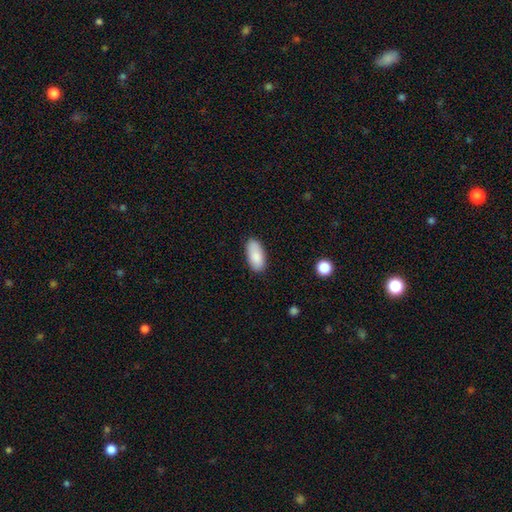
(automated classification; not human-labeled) smooth-or-featured: smooth: 87% | star or artifact: 7% | featured or disk: 6%
  how-rounded: in between: 92% | cigar-shaped: 6% | round: 2%
  merging: none: 82% | minor disturbance: 14% | major disturbance: 3% | merger: 1%